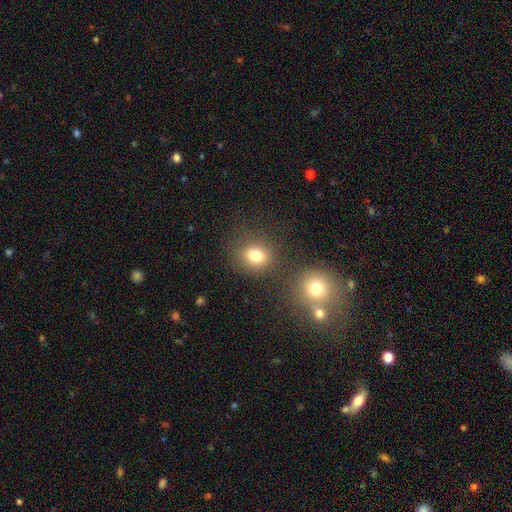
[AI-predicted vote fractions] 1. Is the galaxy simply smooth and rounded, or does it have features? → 78% smooth, 14% star or artifact, 8% featured or disk.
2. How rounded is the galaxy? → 60% round, 39% in between, 1% cigar-shaped.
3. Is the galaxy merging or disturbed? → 75% none, 11% minor disturbance, 9% merger, 5% major disturbance.